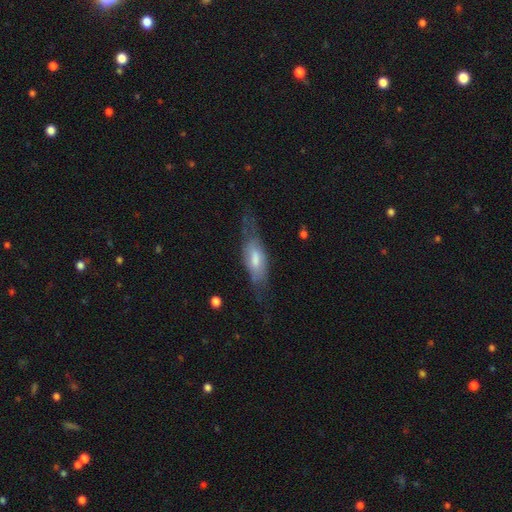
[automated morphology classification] The model was most divided on "edge-on disk": no: 51%, yes: 49%. More confident: merging — none (62%); smooth or featured — featured or disk (50%).